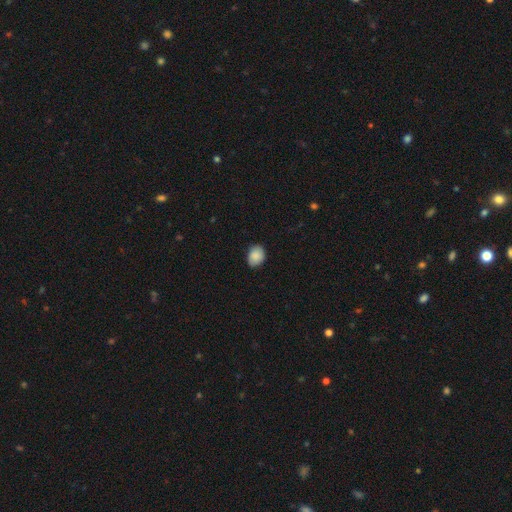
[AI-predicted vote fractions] A smooth galaxy with no disk features (88%) that is in between round and cigar-shaped (59%). Merging: none (83%).